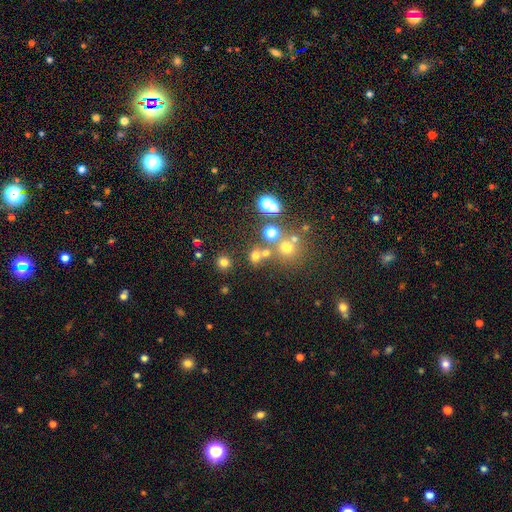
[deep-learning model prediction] smooth-or-featured: smooth: 64% | star or artifact: 25% | featured or disk: 11%
  how-rounded: round: 82% | in between: 16% | cigar-shaped: 1%
  merging: none: 65% | merger: 22% | minor disturbance: 8% | major disturbance: 5%